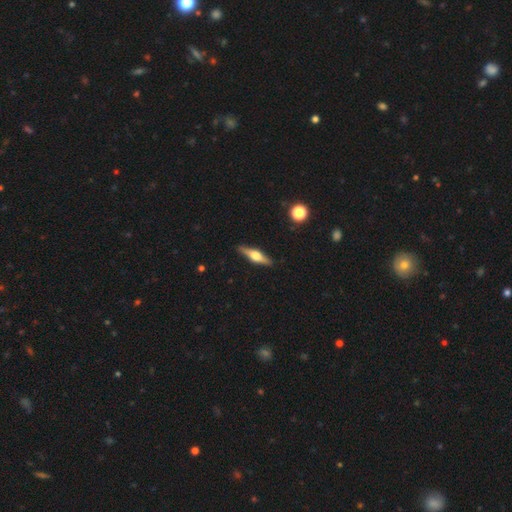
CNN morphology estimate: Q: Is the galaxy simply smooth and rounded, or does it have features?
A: featured or disk — 67%.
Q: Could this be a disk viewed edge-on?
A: yes — 96%.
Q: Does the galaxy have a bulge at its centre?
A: rounded — 94%.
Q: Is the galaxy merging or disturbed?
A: none — 89%.